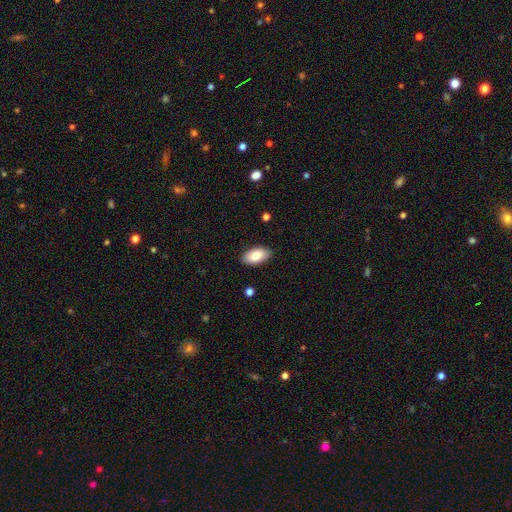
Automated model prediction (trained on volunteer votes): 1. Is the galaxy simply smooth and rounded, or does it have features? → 84% smooth, 10% featured or disk, 6% star or artifact.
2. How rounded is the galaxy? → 95% in between, 3% round, 3% cigar-shaped.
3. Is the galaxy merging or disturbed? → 88% none, 9% minor disturbance, 2% major disturbance, 1% merger.